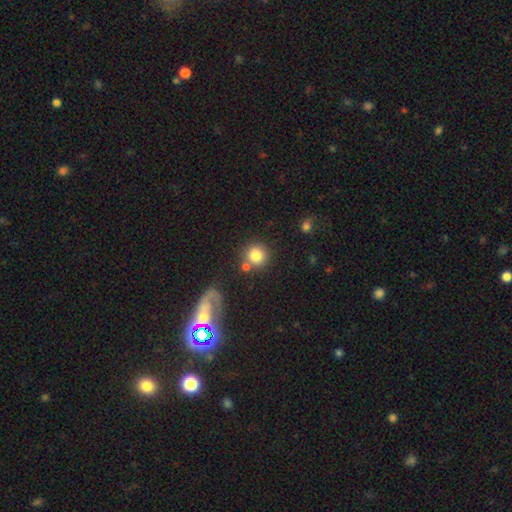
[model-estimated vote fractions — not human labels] smooth-or-featured: smooth: 81% | star or artifact: 10% | featured or disk: 9%
  how-rounded: round: 90% | in between: 9% | cigar-shaped: 1%
  merging: none: 69% | merger: 14% | minor disturbance: 11% | major disturbance: 5%